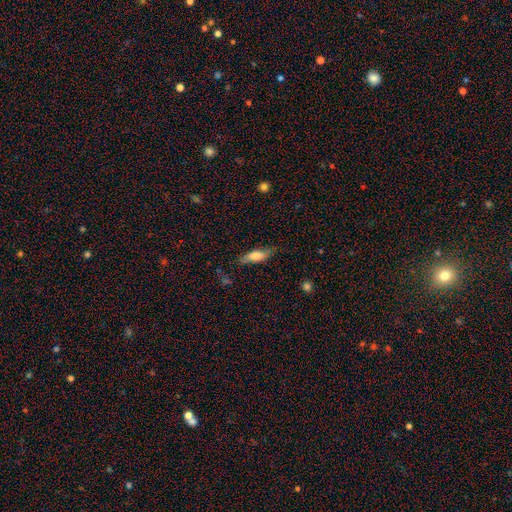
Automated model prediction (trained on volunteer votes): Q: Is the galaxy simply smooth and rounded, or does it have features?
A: smooth — 70%.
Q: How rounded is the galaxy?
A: in between — 50%.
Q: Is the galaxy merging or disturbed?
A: none — 72%.